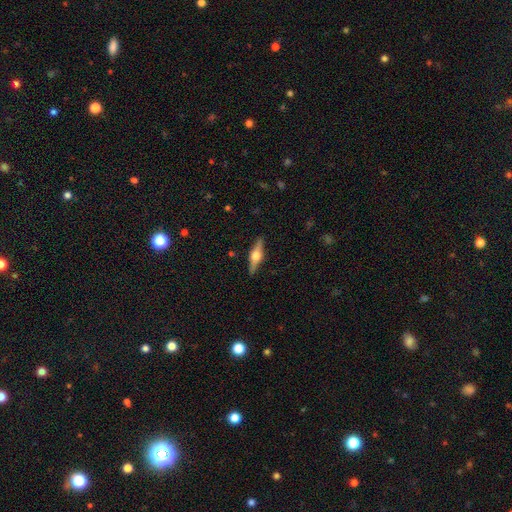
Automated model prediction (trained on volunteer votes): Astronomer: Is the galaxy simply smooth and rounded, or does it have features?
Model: featured or disk — 76%.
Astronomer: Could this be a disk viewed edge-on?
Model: yes — 98%.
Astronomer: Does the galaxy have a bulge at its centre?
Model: rounded — 93%.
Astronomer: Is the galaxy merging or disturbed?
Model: none — 90%.